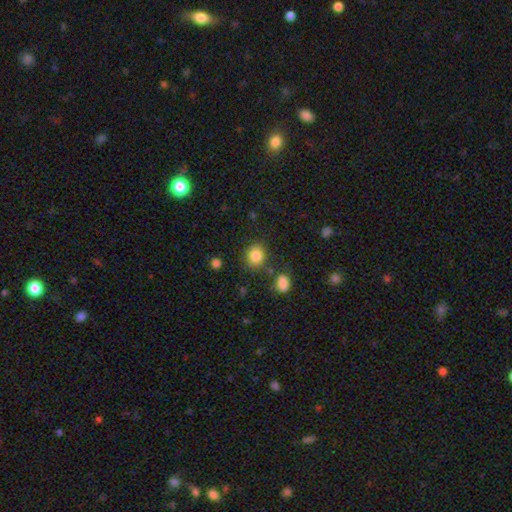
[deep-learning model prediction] smooth 85%, star or artifact 10%, featured or disk 5%. Down the decision tree: how rounded — round (69%); merging — none (79%).